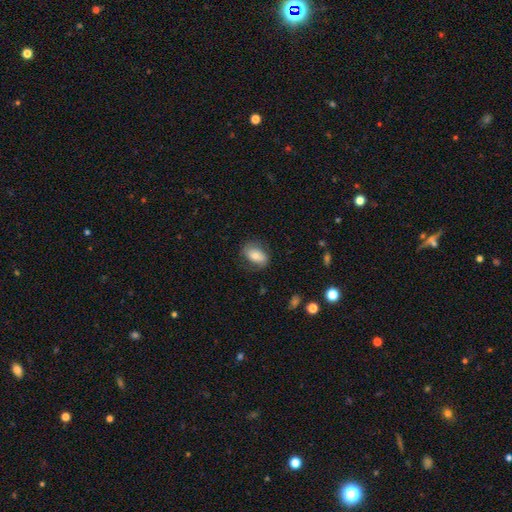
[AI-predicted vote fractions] Smooth or featured? Predicted: smooth (p=0.70). How rounded? Predicted: in between (p=0.88). Merging? Predicted: none (p=0.72).